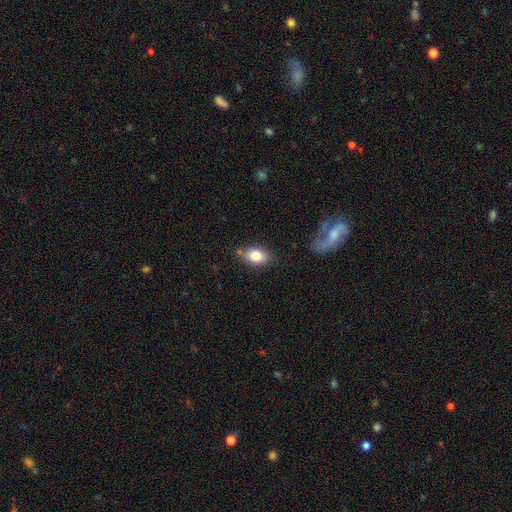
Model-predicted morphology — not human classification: smooth_or_featured: smooth (p=0.81) [alt: featured or disk p=0.11]
how_rounded: in between (p=0.80) [alt: round p=0.18]
merging: none (p=0.75) [alt: minor disturbance p=0.17]